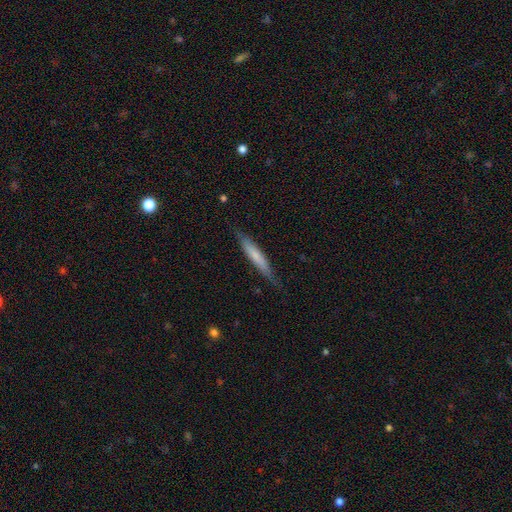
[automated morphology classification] Q: Smooth or featured?
A: smooth (64%); runner-up: featured or disk (30%)
Q: How rounded?
A: cigar-shaped (92%); runner-up: in between (6%)
Q: Merging?
A: none (79%); runner-up: minor disturbance (17%)